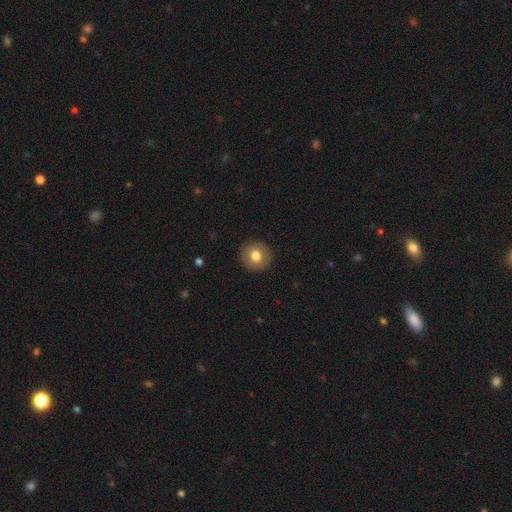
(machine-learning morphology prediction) Smooth or featured?
  - smooth: 73% *
  - featured or disk: 19%
  - star or artifact: 8%
How rounded?
  - round: 91% *
  - in between: 8%
  - cigar-shaped: 1%
Merging?
  - none: 91% *
  - minor disturbance: 6%
  - major disturbance: 2%
  - merger: 1%